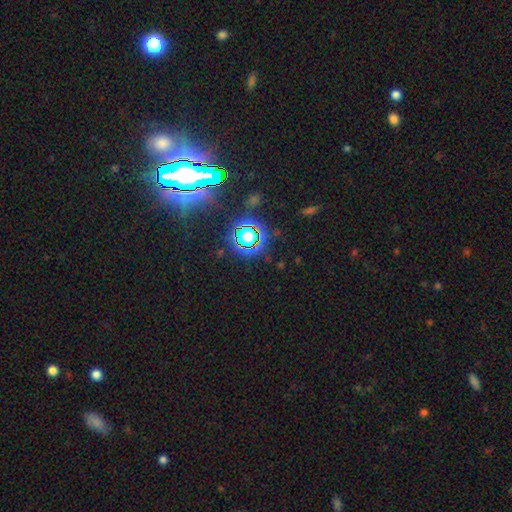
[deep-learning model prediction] Morphology: type=star or artifact (84%).